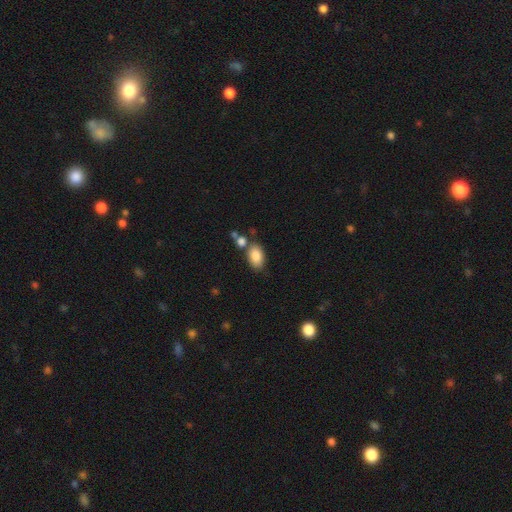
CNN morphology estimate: Smooth or featured?
  - smooth: 86% *
  - star or artifact: 7%
  - featured or disk: 6%
How rounded?
  - in between: 92% *
  - round: 7%
  - cigar-shaped: 2%
Merging?
  - none: 65% *
  - merger: 17%
  - minor disturbance: 14%
  - major disturbance: 4%